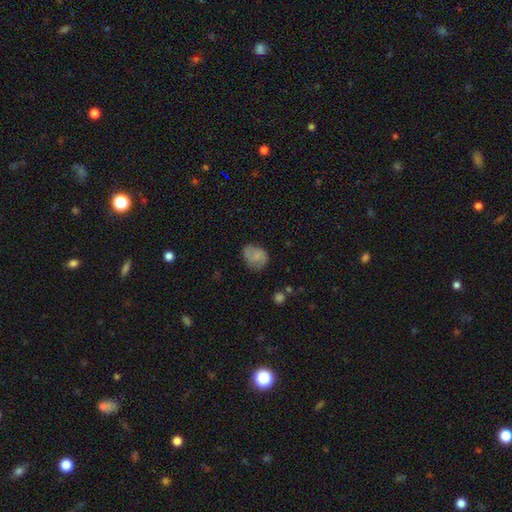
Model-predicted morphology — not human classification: smooth-or-featured: smooth: 64% | featured or disk: 28% | star or artifact: 9%
  how-rounded: in between: 51% | round: 48% | cigar-shaped: 1%
  merging: none: 62% | minor disturbance: 28% | major disturbance: 8% | merger: 2%